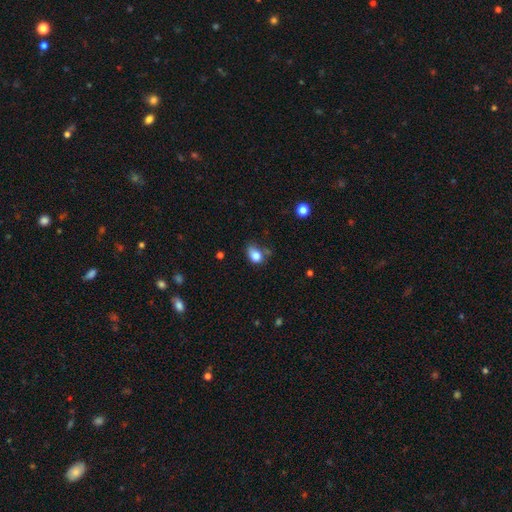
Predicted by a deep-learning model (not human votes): smooth_or_featured: smooth (p=0.81) [alt: star or artifact p=0.10]
how_rounded: in between (p=0.71) [alt: round p=0.27]
merging: none (p=0.46) [alt: minor disturbance p=0.34]